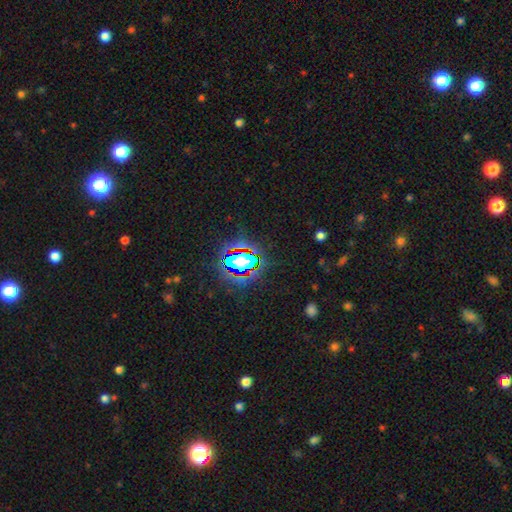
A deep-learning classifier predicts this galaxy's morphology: Smooth or featured?
  - star or artifact: 79% *
  - smooth: 13%
  - featured or disk: 8%